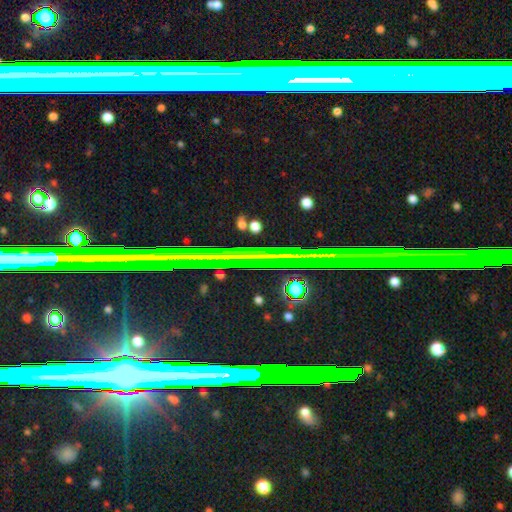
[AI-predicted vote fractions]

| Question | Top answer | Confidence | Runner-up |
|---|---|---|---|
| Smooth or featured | star or artifact | 79% | featured or disk (11%) |